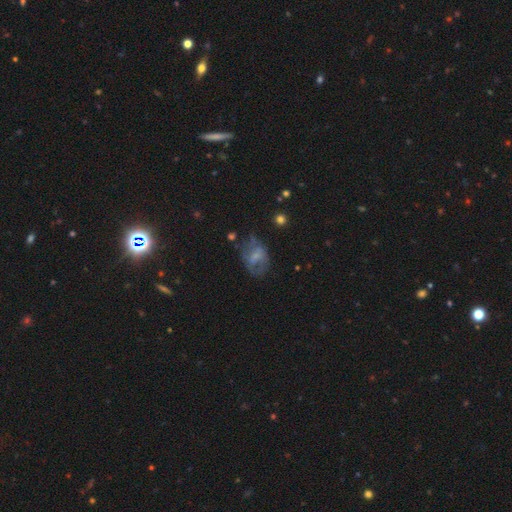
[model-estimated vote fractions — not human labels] This appears to be a featured or disk galaxy (48%). Merging: none (41%).